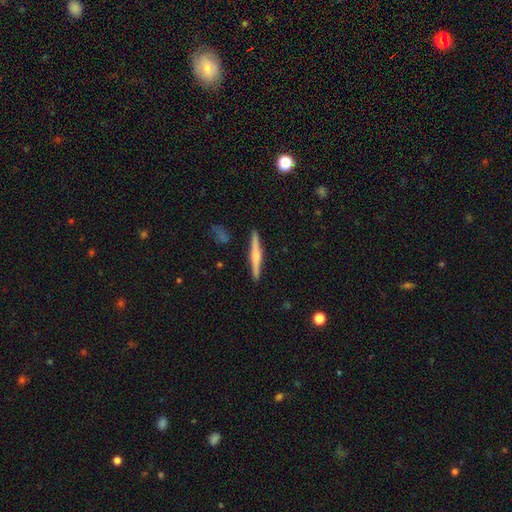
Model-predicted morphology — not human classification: Smooth or featured? Predicted: featured or disk (p=0.64). Edge-on disk? Predicted: yes (p=0.98). Edge-on bulge? Predicted: rounded (p=0.79). Merging? Predicted: none (p=0.91).